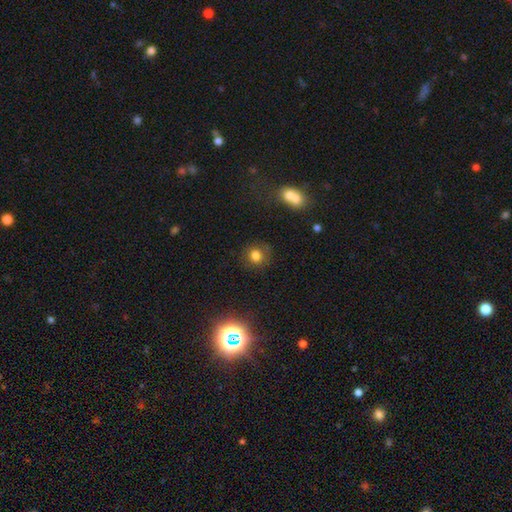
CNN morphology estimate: smooth 77%, star or artifact 15%, featured or disk 8%. Down the decision tree: how rounded — round (85%); merging — none (81%).